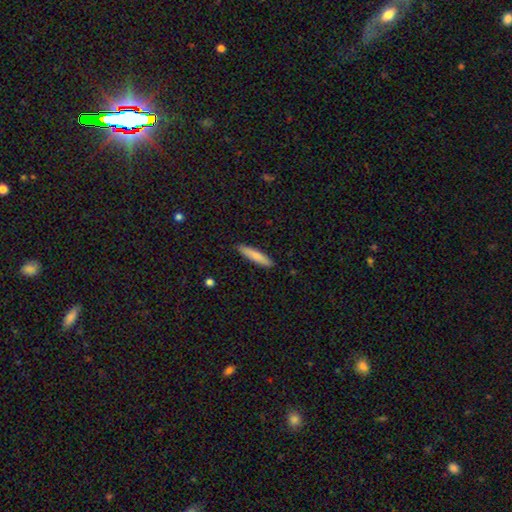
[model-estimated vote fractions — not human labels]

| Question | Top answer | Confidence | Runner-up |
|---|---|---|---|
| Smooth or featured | smooth | 78% | featured or disk (17%) |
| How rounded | cigar-shaped | 87% | in between (12%) |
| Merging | none | 90% | minor disturbance (8%) |